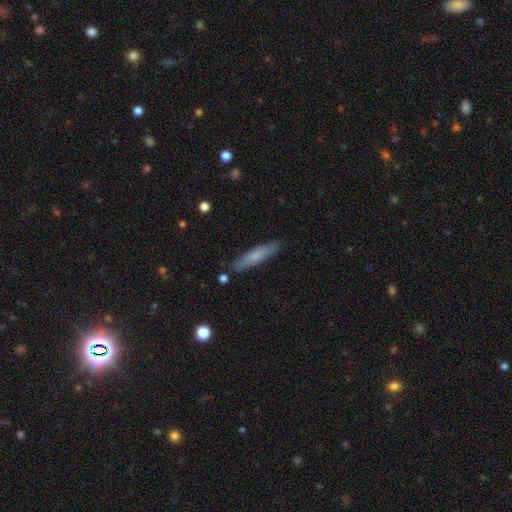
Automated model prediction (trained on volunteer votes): smooth 68%, featured or disk 26%, star or artifact 6%. Down the decision tree: how rounded — cigar-shaped (85%); merging — none (86%).